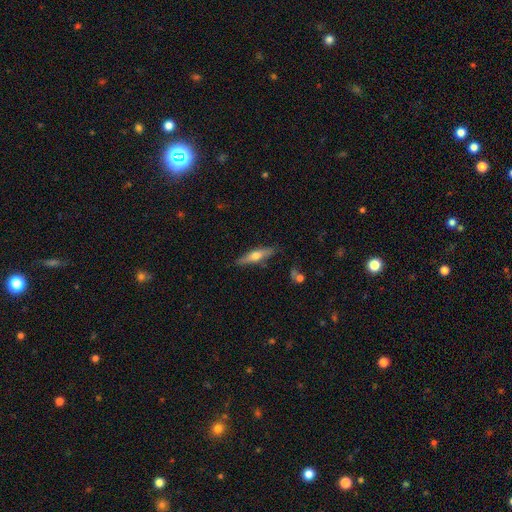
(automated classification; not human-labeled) smooth-or-featured: featured or disk: 47% (tied) | smooth: 47% (tied) | star or artifact: 6%
  merging: none: 83% | minor disturbance: 13% | major disturbance: 3% | merger: 2%